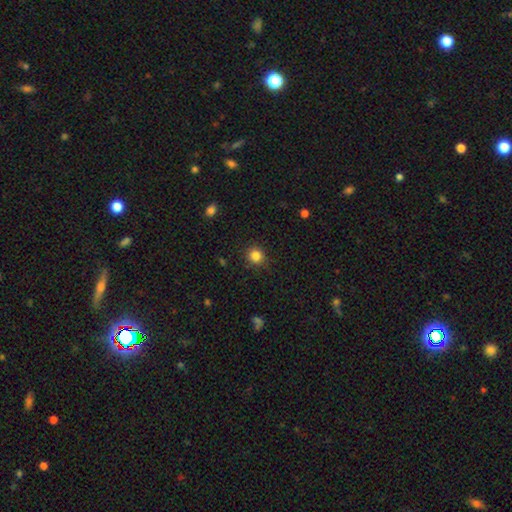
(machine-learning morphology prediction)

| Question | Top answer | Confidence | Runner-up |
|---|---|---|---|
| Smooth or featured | smooth | 84% | star or artifact (12%) |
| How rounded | round | 91% | in between (8%) |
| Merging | none | 89% | minor disturbance (8%) |